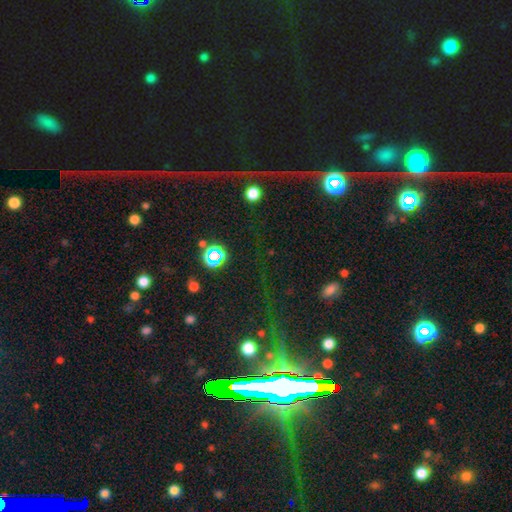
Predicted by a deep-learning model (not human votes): Smooth or featured?
  - star or artifact: 72% *
  - featured or disk: 16%
  - smooth: 13%